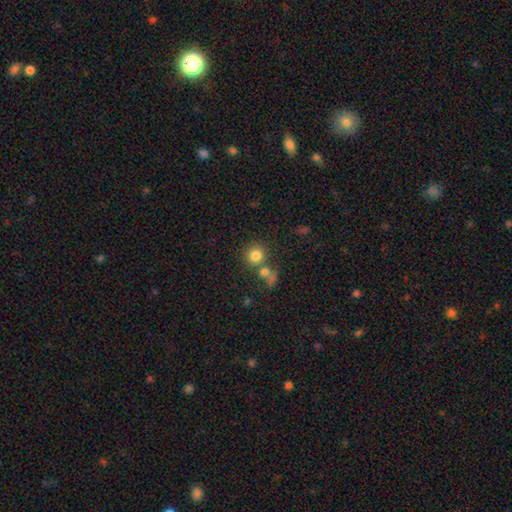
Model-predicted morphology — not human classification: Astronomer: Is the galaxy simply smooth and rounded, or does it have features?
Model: smooth — 80%.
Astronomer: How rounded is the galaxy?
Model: round — 90%.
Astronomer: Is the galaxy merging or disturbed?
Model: none — 60%.